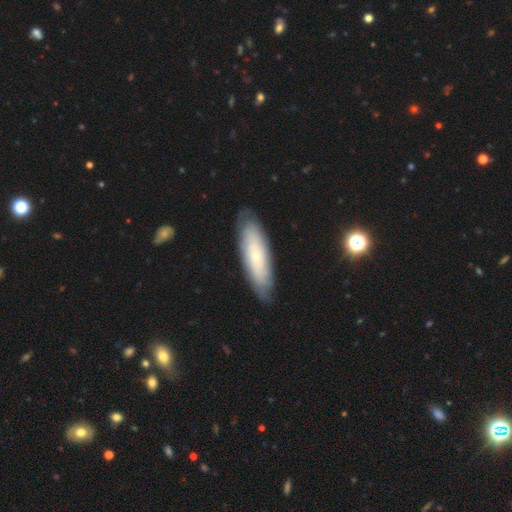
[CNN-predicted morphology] smooth_or_featured: featured or disk (p=0.51) [alt: smooth p=0.43]
disk_edge_on: no (p=0.68) [alt: yes p=0.32]
merging: none (p=0.84) [alt: minor disturbance p=0.12]